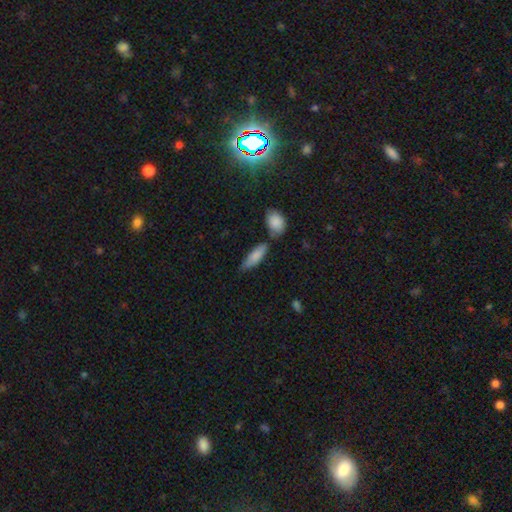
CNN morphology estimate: This appears to be a smooth galaxy with no disk features (81%) that is in between round and cigar-shaped (57%). Merging: none (62%).